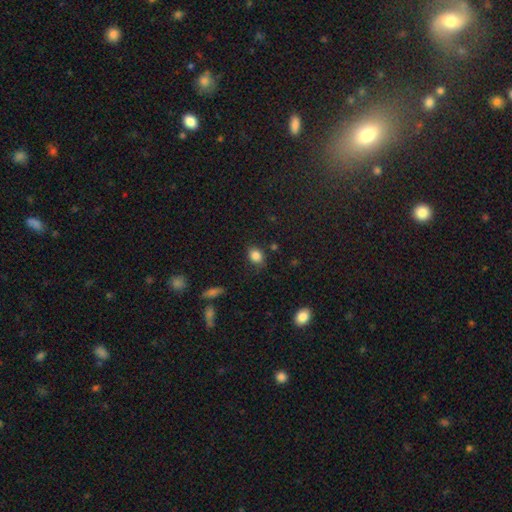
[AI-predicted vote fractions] This is clearly a smooth galaxy (84%). How rounded: likely in between (60%). Merging: likely none (77%).